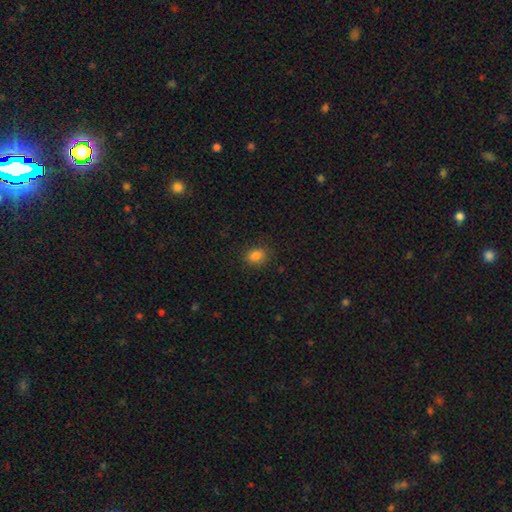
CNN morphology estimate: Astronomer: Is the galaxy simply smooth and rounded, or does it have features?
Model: smooth — 84%.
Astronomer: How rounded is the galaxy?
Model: in between — 61% (runner-up: round, 38%).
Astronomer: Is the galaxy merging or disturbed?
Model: none — 85%.